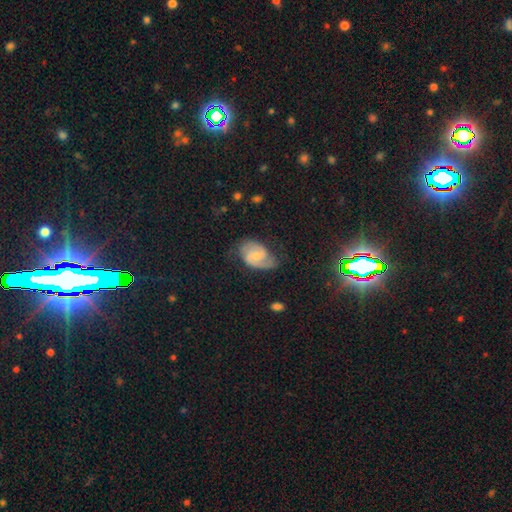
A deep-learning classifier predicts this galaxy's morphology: A featured or disk galaxy (77%) with no bar (53%), 2 (84%) medium (49%) spiral arms (94%) and a small central bulge (53%). Merging: none (62%).